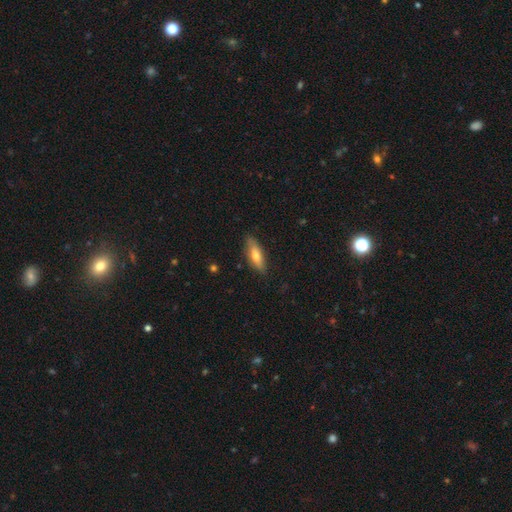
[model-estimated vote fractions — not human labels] smooth 63%, featured or disk 31%, star or artifact 6%. Down the decision tree: how rounded — in between (52%); merging — none (82%).